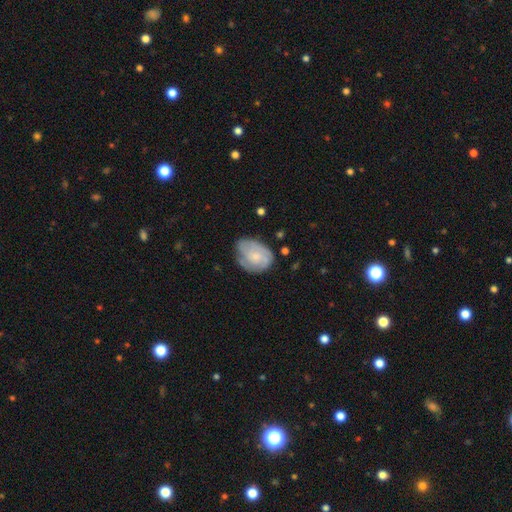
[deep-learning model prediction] The model was most divided on "smooth or featured": featured or disk: 58%, smooth: 36%, star or artifact: 6%. More confident: edge-on disk — no (97%); spiral arms — yes (82%); bar — no (77%); merging — none (62%); bulge size — small (59%).